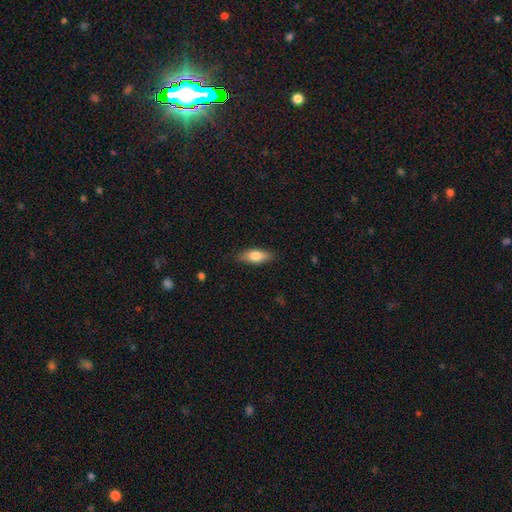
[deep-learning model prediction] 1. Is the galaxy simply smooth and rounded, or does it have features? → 76% smooth, 17% featured or disk, 6% star or artifact.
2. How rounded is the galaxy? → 74% in between, 23% cigar-shaped, 3% round.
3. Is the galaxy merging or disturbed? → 85% none, 11% minor disturbance, 2% major disturbance, 1% merger.